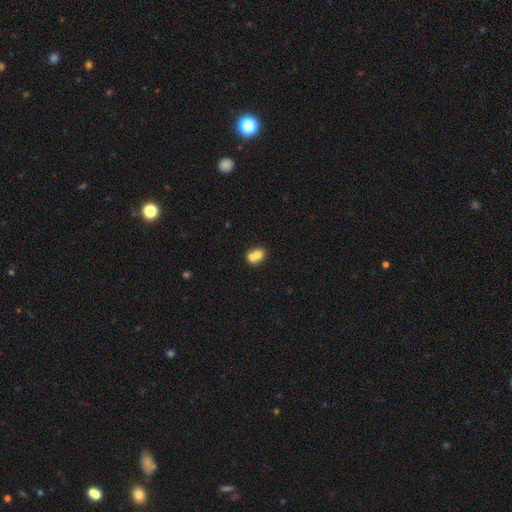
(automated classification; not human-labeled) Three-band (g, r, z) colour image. It shows a smooth galaxy with no disk features (70%) that is round (54%). Merging: merger (67%).